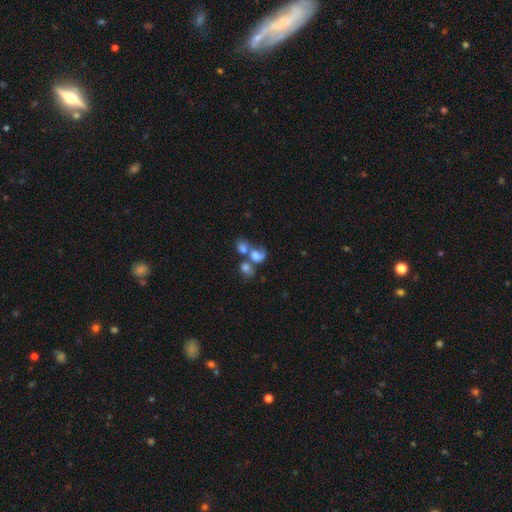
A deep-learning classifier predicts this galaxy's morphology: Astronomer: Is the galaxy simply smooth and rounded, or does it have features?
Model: smooth — 60%.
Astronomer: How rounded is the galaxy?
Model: in between — 55% (runner-up: round, 43%).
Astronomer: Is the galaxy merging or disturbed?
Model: merger — 64%.